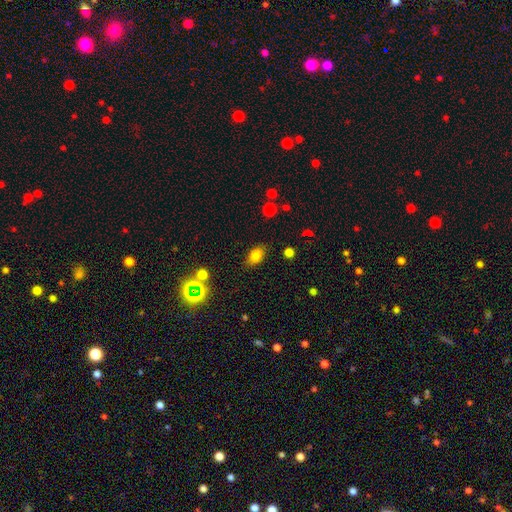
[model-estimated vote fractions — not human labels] Morphology: type=smooth (78%); roundness=in between (84%); merging=none (81%).